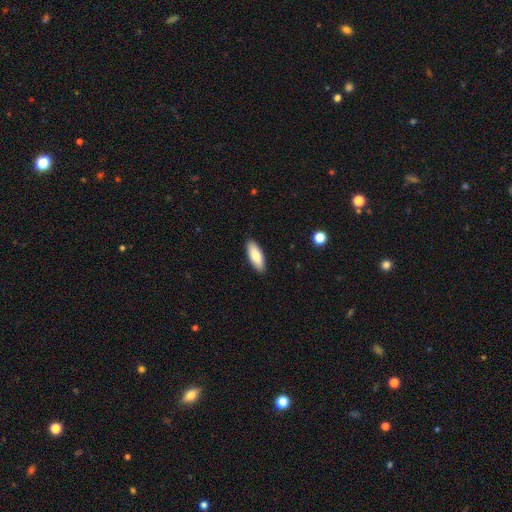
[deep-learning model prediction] smooth_or_featured: smooth (p=0.81) [alt: featured or disk p=0.13]
how_rounded: in between (p=0.75) [alt: cigar-shaped p=0.23]
merging: none (p=0.89) [alt: minor disturbance p=0.08]